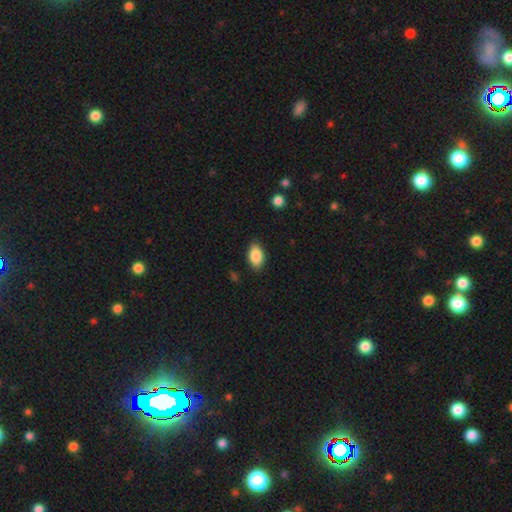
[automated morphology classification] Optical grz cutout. It shows a smooth galaxy with no disk features (87%) that is in between round and cigar-shaped (91%). Merging: none (86%).